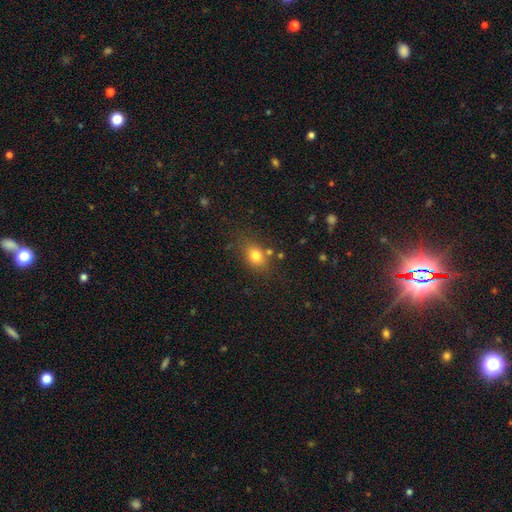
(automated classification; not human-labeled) smooth_or_featured: smooth (p=0.78) [alt: star or artifact p=0.12]
how_rounded: in between (p=0.58) [alt: round p=0.40]
merging: none (p=0.72) [alt: minor disturbance p=0.16]